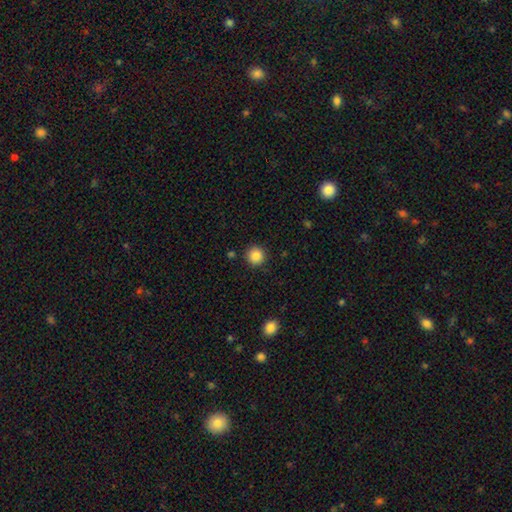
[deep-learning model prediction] This appears to be a smooth galaxy with no disk features (86%) that is round (95%). Merging: none (91%).